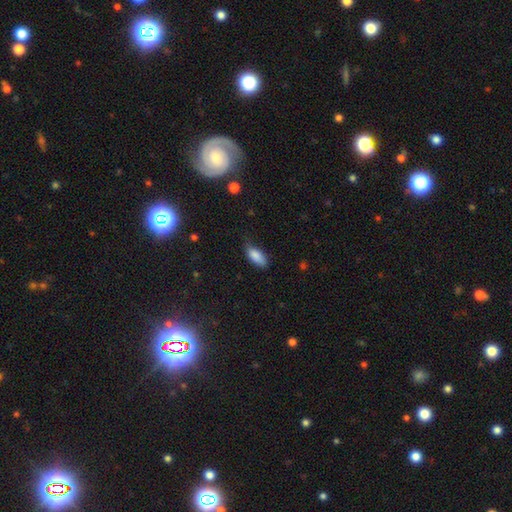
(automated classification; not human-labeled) A smooth galaxy with no disk features (87%) that is in between round and cigar-shaped (86%). Merging: none (60%).